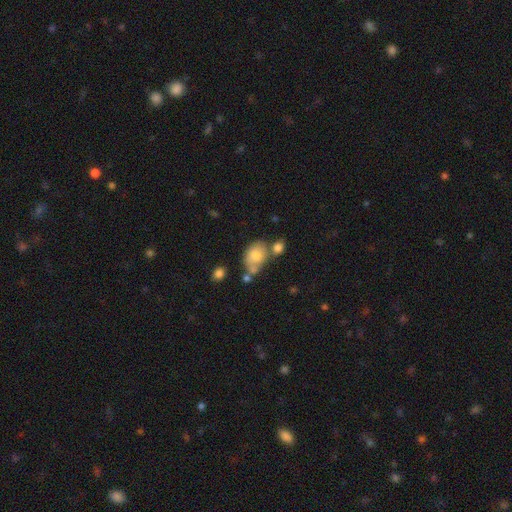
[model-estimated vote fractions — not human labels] Morphology: type=smooth (71%); roundness=in between (67%); merging=none (40%).